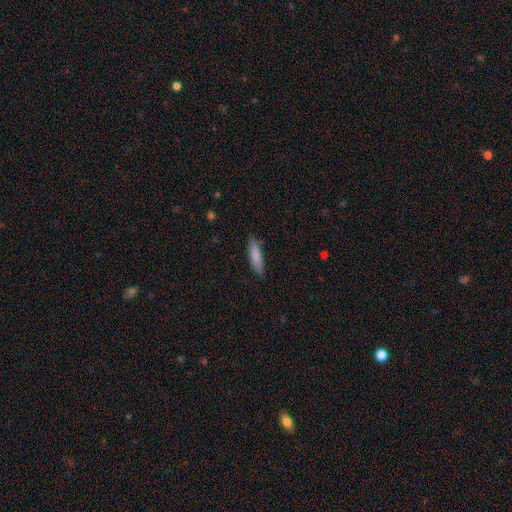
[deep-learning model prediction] Morphology: type=smooth (83%); roundness=cigar-shaped (73%); merging=none (82%).